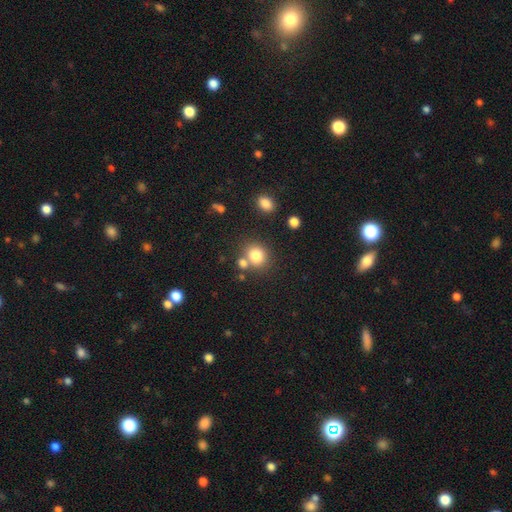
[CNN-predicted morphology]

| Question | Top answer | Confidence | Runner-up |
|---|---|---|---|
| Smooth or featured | smooth | 80% | star or artifact (12%) |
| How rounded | round | 73% | in between (26%) |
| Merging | none | 65% | merger (21%) |